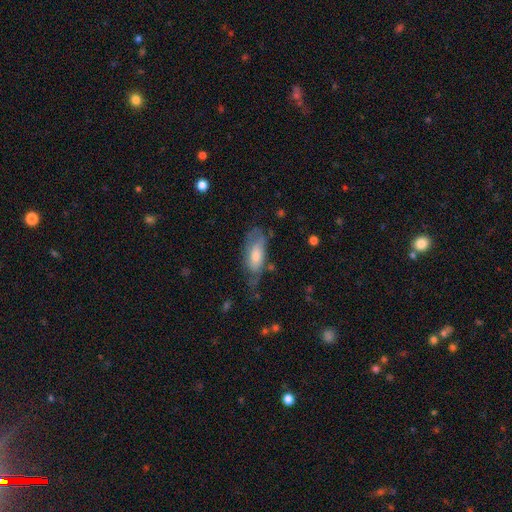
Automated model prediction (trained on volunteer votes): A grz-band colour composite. It shows a smooth galaxy with no disk features (53%) that is in between round and cigar-shaped (80%). Merging: none (49%).